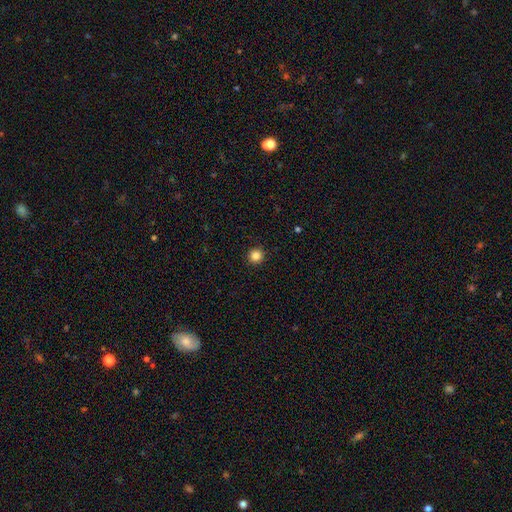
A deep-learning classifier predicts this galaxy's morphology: Overall: smooth (85%). How rounded: round (95%). Merging: none (93%).